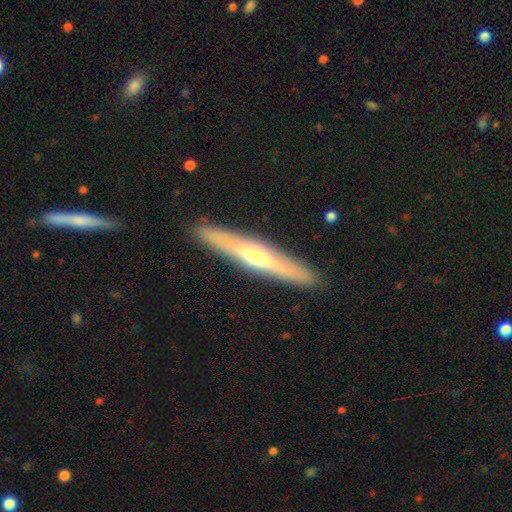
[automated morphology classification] Q: Smooth or featured?
A: featured or disk (55%); runner-up: smooth (39%)
Q: Edge-on disk?
A: yes (88%); runner-up: no (12%)
Q: Merging?
A: none (90%); runner-up: minor disturbance (7%)